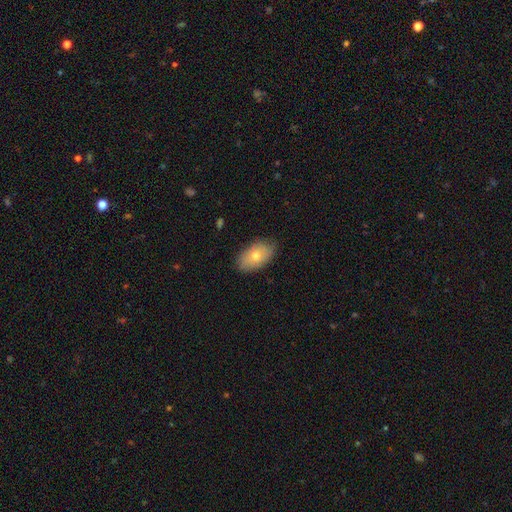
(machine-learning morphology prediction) This is likely a smooth galaxy (74%). How rounded: clearly in between (92%). Merging: clearly none (82%).